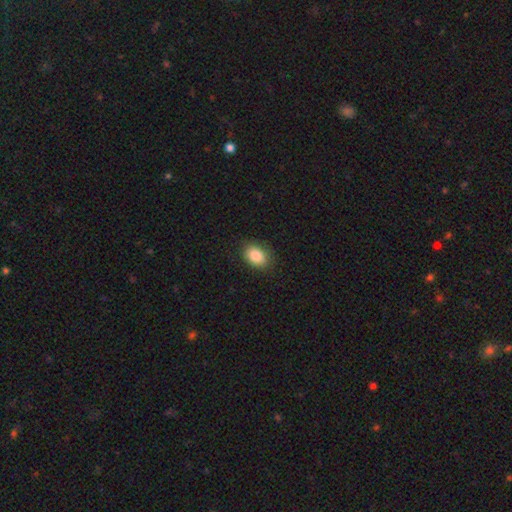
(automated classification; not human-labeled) Morphology: type=smooth (86%); roundness=in between (75%); merging=none (84%).